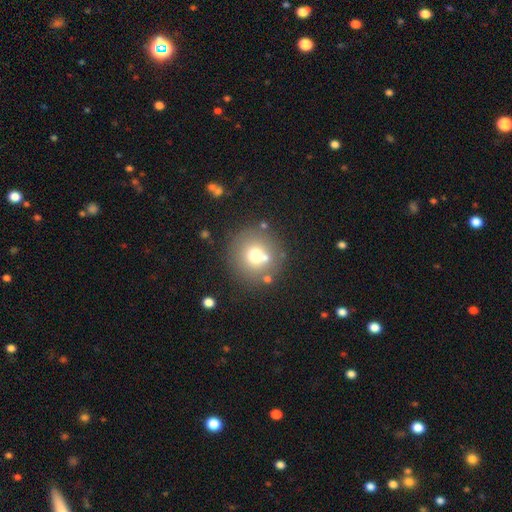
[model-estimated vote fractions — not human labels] smooth-or-featured: smooth: 67% | featured or disk: 18% | star or artifact: 15%
  how-rounded: round: 94% | in between: 5% | cigar-shaped: 1%
  merging: none: 76% | merger: 10% | minor disturbance: 9% | major disturbance: 5%